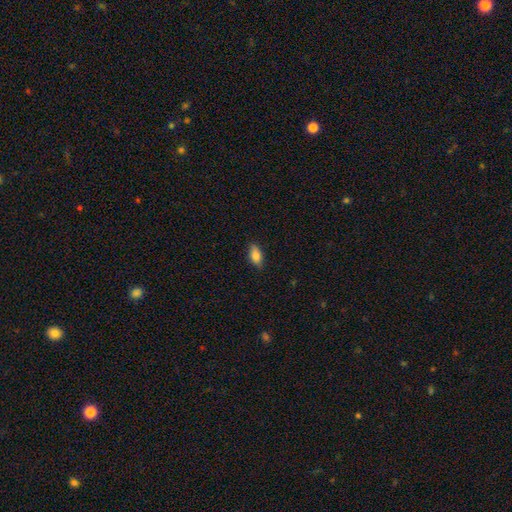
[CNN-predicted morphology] smooth-or-featured: smooth: 80% | featured or disk: 13% | star or artifact: 7%
  how-rounded: in between: 86% | cigar-shaped: 10% | round: 4%
  merging: none: 86% | minor disturbance: 11% | major disturbance: 2% | merger: 1%